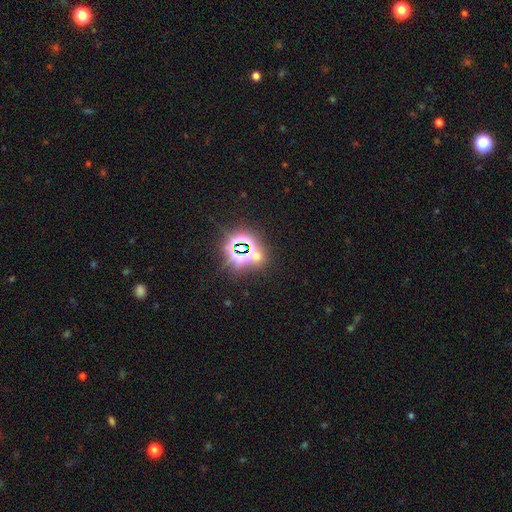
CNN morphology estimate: Overall: star or artifact (70%).